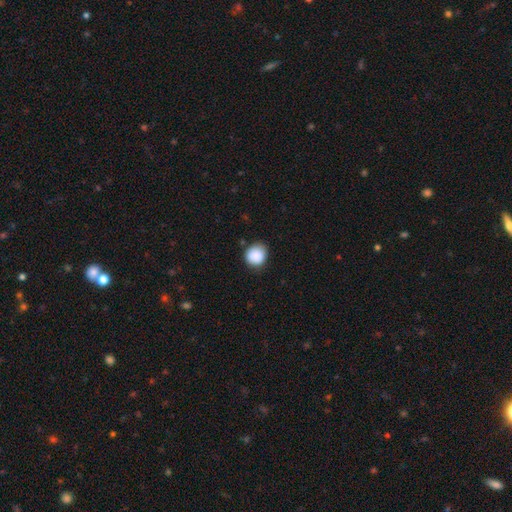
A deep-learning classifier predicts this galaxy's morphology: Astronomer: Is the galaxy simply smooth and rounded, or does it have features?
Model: smooth — 88%.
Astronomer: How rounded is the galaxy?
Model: round — 87%.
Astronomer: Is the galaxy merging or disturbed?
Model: none — 80%.